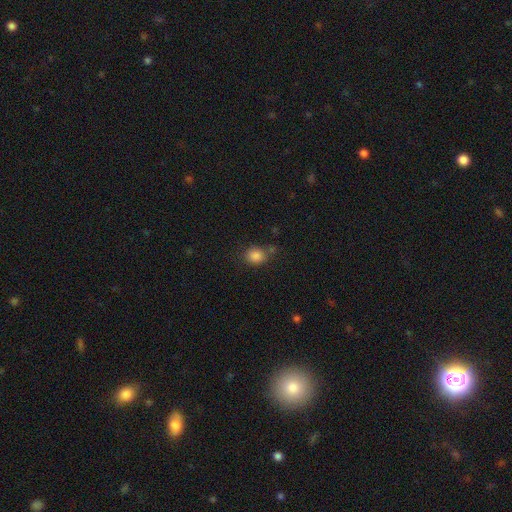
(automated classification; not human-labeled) A smooth galaxy with no disk features (84%) that is round (63%). Merging: none (68%).